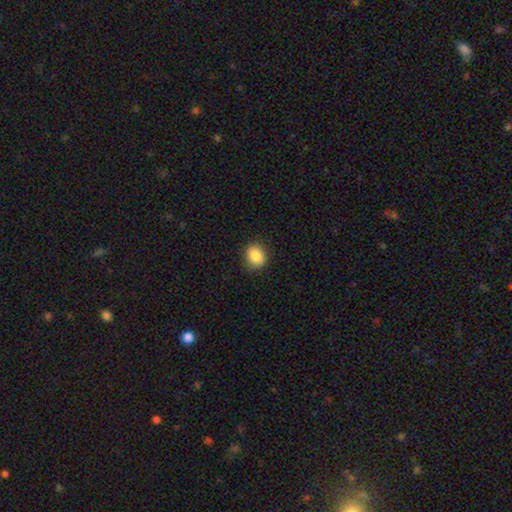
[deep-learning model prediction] smooth-or-featured: smooth: 87% | star or artifact: 9% | featured or disk: 5%
  how-rounded: round: 71% | in between: 28% | cigar-shaped: 1%
  merging: none: 87% | minor disturbance: 10% | major disturbance: 2% | merger: 1%